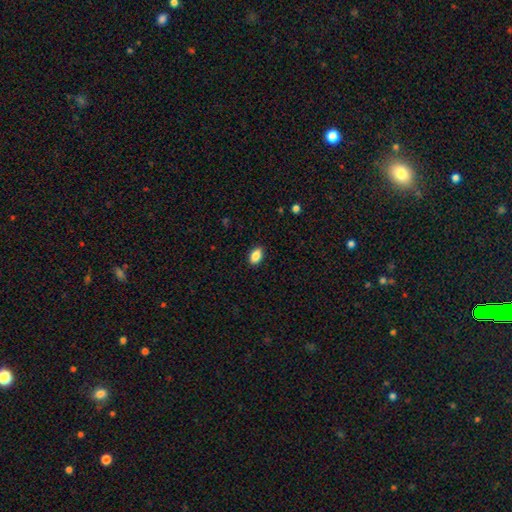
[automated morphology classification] Smooth or featured? smooth (87%)
How rounded? in between (91%)
Merging? none (89%)